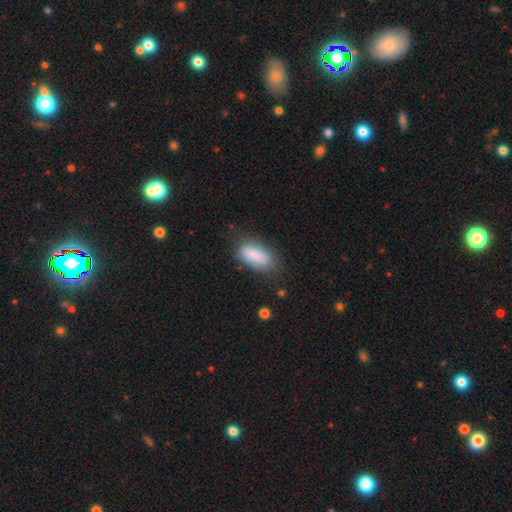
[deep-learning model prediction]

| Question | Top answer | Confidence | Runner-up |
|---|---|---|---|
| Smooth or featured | smooth | 82% | featured or disk (11%) |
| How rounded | in between | 86% | cigar-shaped (11%) |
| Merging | none | 65% | minor disturbance (24%) |